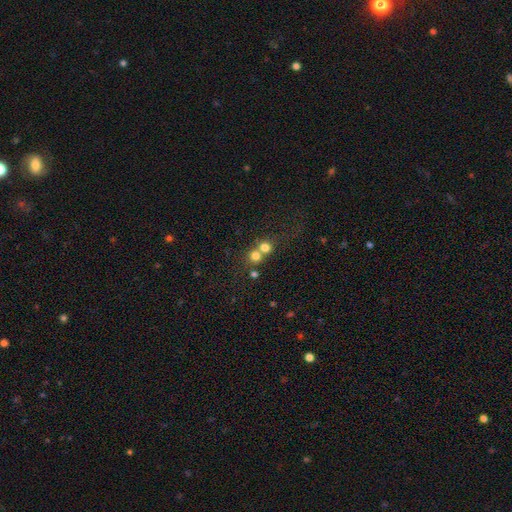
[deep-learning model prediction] A smooth galaxy with no disk features (74%) that is round (87%). Merging: merger (54%).